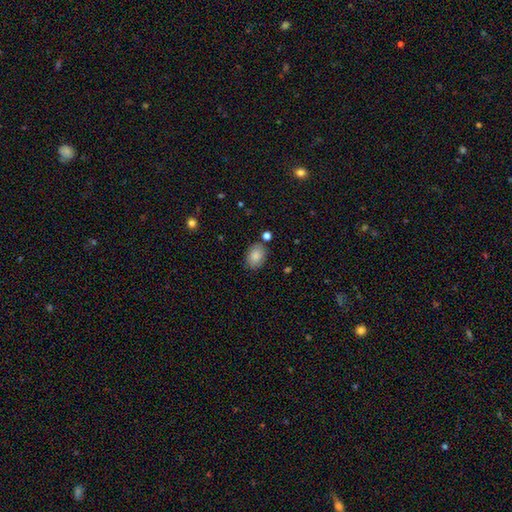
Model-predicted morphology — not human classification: Smooth or featured? Predicted: smooth (p=0.85). How rounded? Predicted: in between (p=0.73). Merging? Predicted: none (p=0.80).